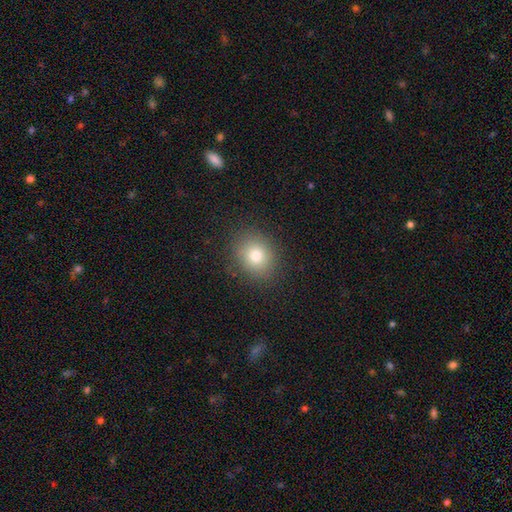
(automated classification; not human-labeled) smooth-or-featured: smooth: 78% | star or artifact: 13% | featured or disk: 10%
  how-rounded: round: 68% | in between: 31% | cigar-shaped: 1%
  merging: none: 87% | minor disturbance: 9% | major disturbance: 3% | merger: 1%